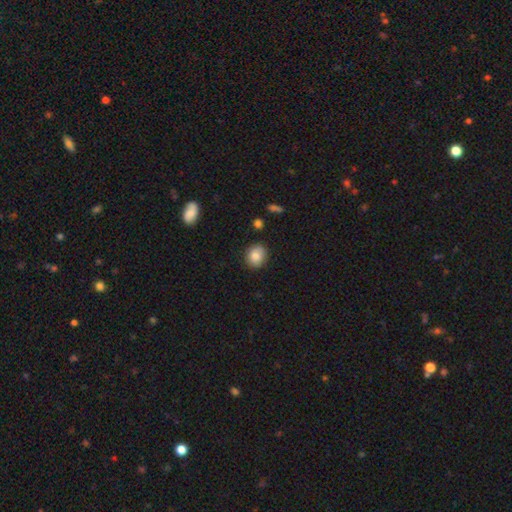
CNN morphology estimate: type=smooth (85%); roundness=round (63%); merging=none (86%).